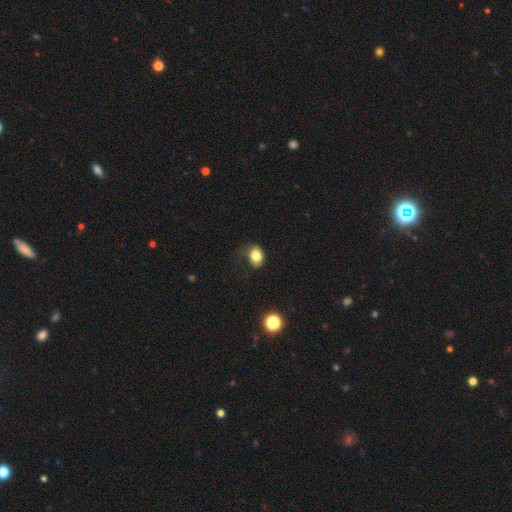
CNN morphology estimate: Overall: smooth (80%). How rounded: in between (71%). Merging: none (49%; minor disturbance 30%).